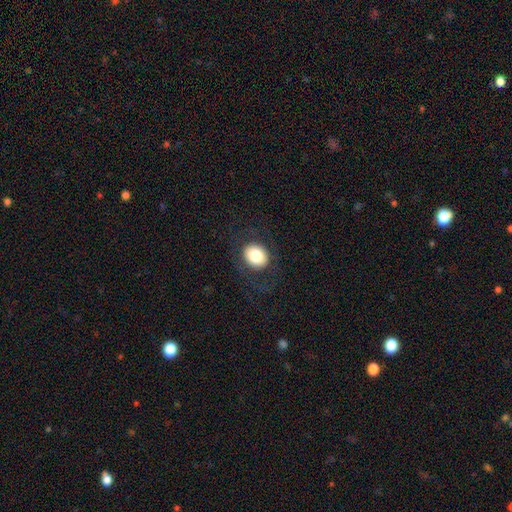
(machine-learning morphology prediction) A smooth galaxy with no disk features (79%) that is round (59%). Merging: none (82%).